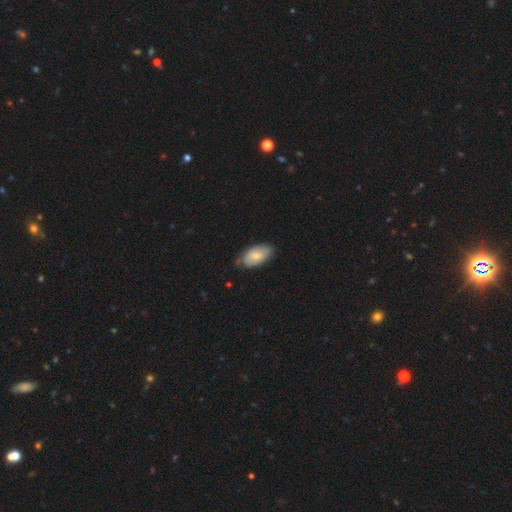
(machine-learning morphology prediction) type=smooth (66%); roundness=in between (94%); merging=none (68%).